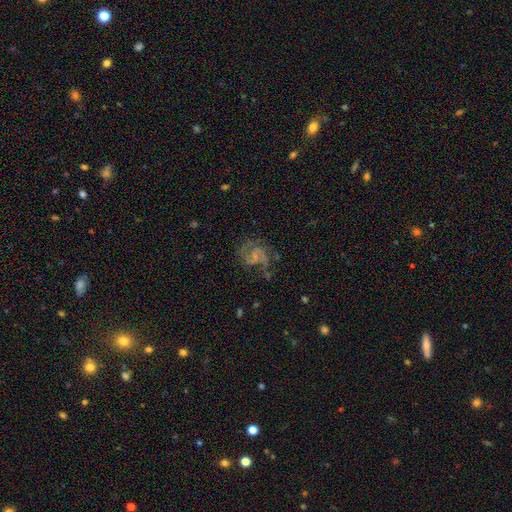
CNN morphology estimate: Smooth or featured?
  - featured or disk: 82% *
  - smooth: 9%
  - star or artifact: 9%
Edge-on disk?
  - no: 98% *
  - yes: 2%
Bar?
  - no: 47% *
  - weak: 42%
  - strong: 11%
Spiral arms?
  - yes: 95% *
  - no: 5%
Spiral winding?
  - medium: 55% *
  - loose: 24%
  - tight: 22%
Spiral arm count?
  - 2: 76% *
  - 3: 8%
  - can't tell: 7%
  - 1: 4%
  - 4: 2%
  - more than 4: 2%
Bulge size?
  - small: 48% *
  - none: 39%
  - moderate: 11%
  - large: 2%
  - dominant: 1%
Merging?
  - none: 59% *
  - minor disturbance: 19%
  - major disturbance: 19%
  - merger: 3%